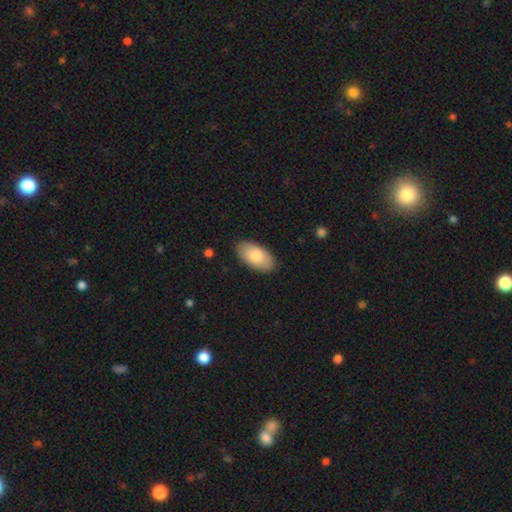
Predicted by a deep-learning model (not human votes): The model was most divided on "smooth or featured": smooth: 81%, featured or disk: 14%, star or artifact: 6%. More confident: how rounded — in between (95%); merging — none (87%).